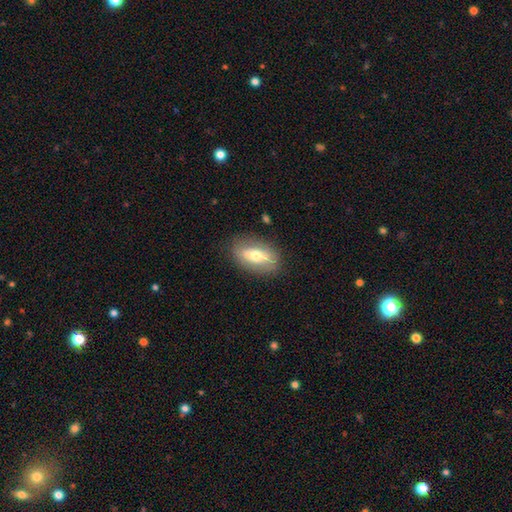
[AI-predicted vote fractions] smooth_or_featured: smooth (p=0.53) [alt: featured or disk p=0.40]
how_rounded: in between (p=0.85) [alt: cigar-shaped p=0.08]
merging: none (p=0.81) [alt: minor disturbance p=0.13]